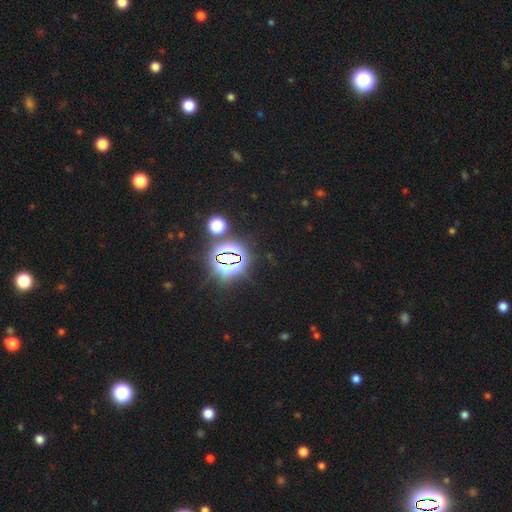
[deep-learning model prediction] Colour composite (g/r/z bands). It shows a star or artifact, not a galaxy (82%).